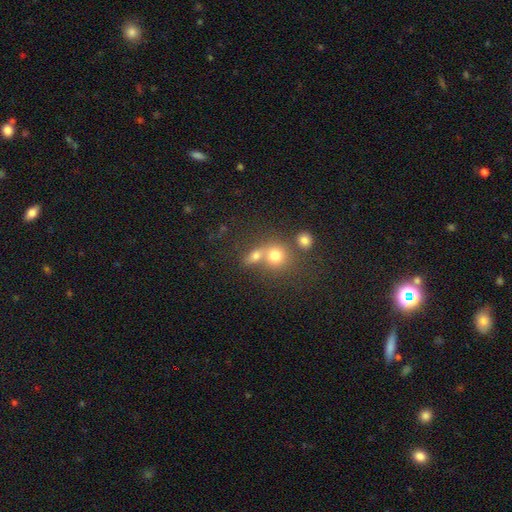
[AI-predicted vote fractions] smooth 72%, star or artifact 15%, featured or disk 13%. Down the decision tree: how rounded — round (62%); merging — merger (48%).